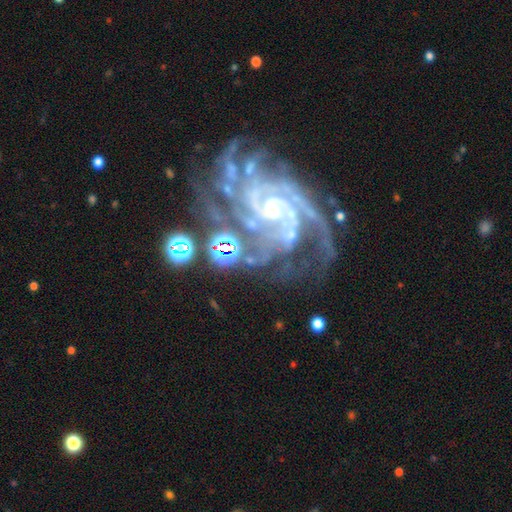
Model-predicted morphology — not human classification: A featured or disk galaxy (92%) with no bar (54%), 3 (25%) tight (60%) spiral arms (99%) and a small central bulge (60%). Merging: none (52%).